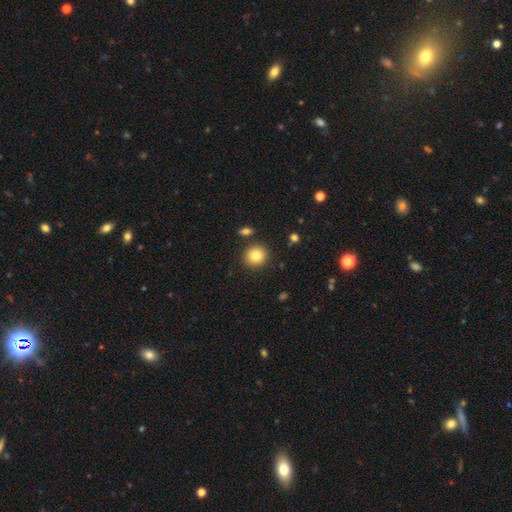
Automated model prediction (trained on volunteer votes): Q: Smooth or featured?
A: smooth (83%); runner-up: star or artifact (10%)
Q: How rounded?
A: round (88%); runner-up: in between (11%)
Q: Merging?
A: none (87%); runner-up: minor disturbance (7%)